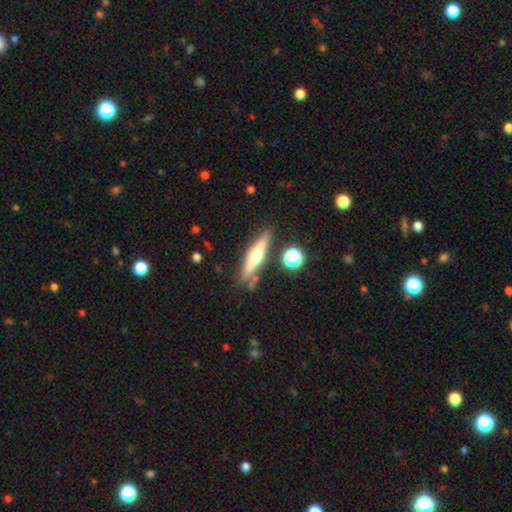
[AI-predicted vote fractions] smooth-or-featured: featured or disk: 54% | smooth: 38% | star or artifact: 7%
  disk-edge-on: yes: 93% | no: 7%
    edge-on-bulge: rounded: 90% | none: 6% | boxy: 4%
  merging: none: 81% | minor disturbance: 11% | merger: 5% | major disturbance: 3%